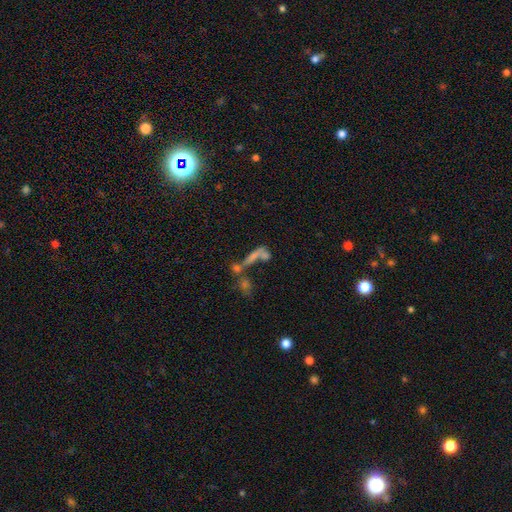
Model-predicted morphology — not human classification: Smooth or featured?
  - smooth: 48% *
  - featured or disk: 32%
  - star or artifact: 20%
Merging?
  - merger: 51% *
  - none: 23%
  - major disturbance: 16%
  - minor disturbance: 9%